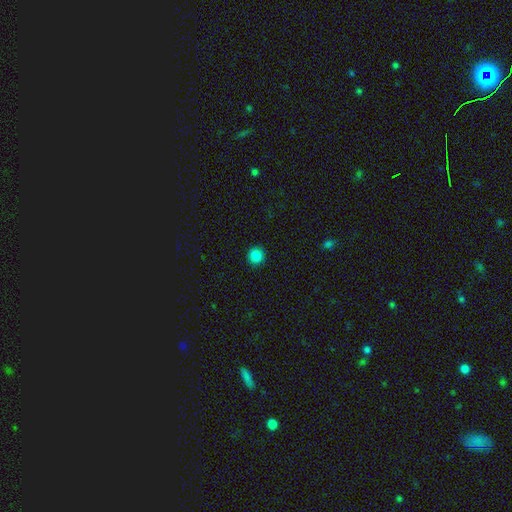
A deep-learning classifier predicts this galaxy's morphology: smooth-or-featured: smooth: 86% | star or artifact: 11% | featured or disk: 3%
  how-rounded: round: 94% | in between: 5% | cigar-shaped: 1%
  merging: none: 93% | minor disturbance: 5% | major disturbance: 2% | merger: 1%